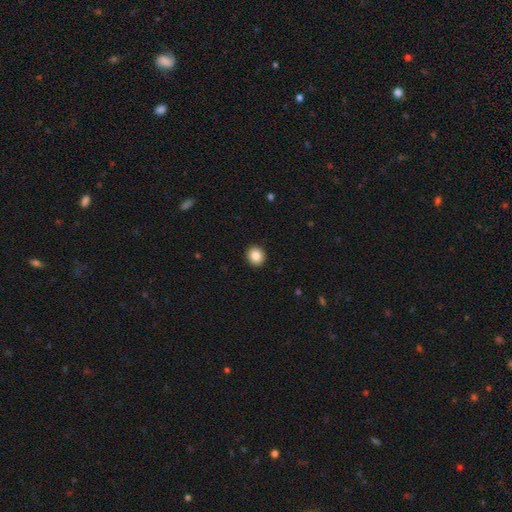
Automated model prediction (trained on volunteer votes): smooth_or_featured: smooth (p=0.86) [alt: star or artifact p=0.09]
how_rounded: round (p=0.88) [alt: in between p=0.11]
merging: none (p=0.93) [alt: minor disturbance p=0.05]